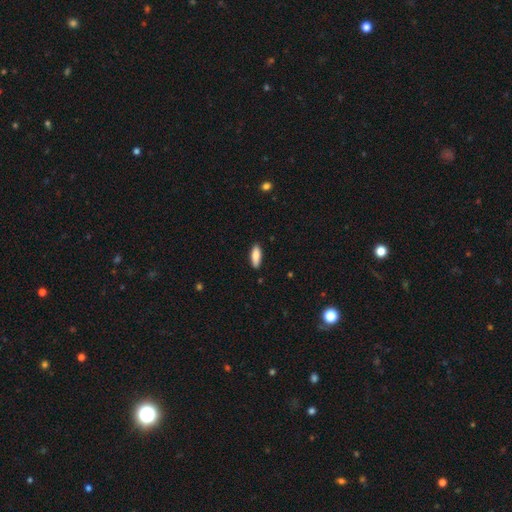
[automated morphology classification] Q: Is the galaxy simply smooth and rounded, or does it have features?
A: smooth — 84%.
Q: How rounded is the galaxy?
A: in between — 63%.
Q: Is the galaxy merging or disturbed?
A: none — 87%.